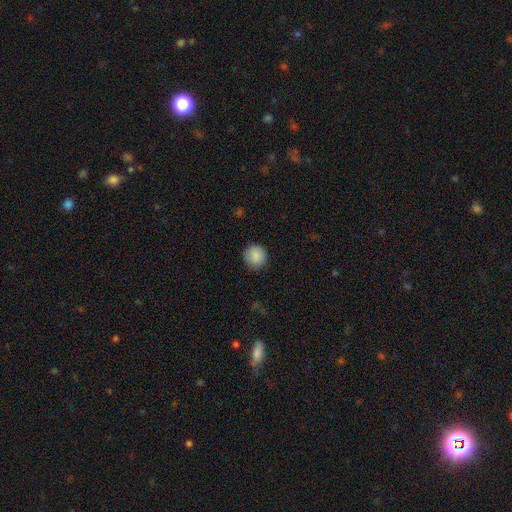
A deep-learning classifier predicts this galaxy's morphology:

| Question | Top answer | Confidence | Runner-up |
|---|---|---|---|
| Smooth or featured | smooth | 88% | star or artifact (8%) |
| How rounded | round | 93% | in between (6%) |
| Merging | none | 87% | minor disturbance (10%) |